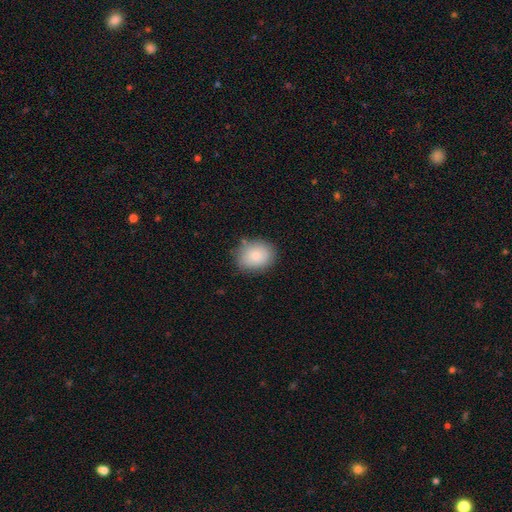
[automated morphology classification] A smooth galaxy with no disk features (85%) that is round (52%). Merging: none (81%).